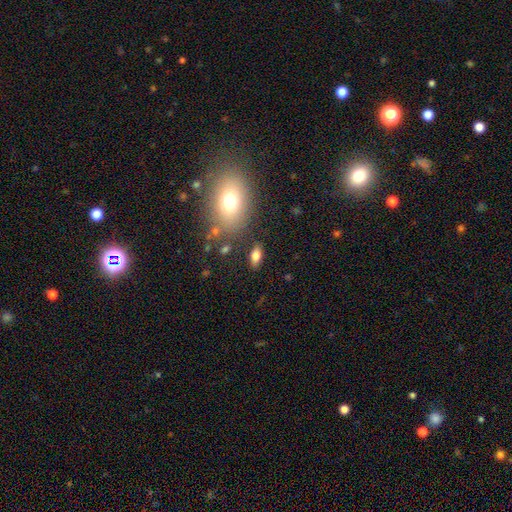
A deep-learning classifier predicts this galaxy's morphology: smooth-or-featured: smooth: 75% | featured or disk: 15% | star or artifact: 10%
  how-rounded: in between: 84% | cigar-shaped: 10% | round: 6%
  merging: none: 82% | minor disturbance: 11% | merger: 4% | major disturbance: 4%